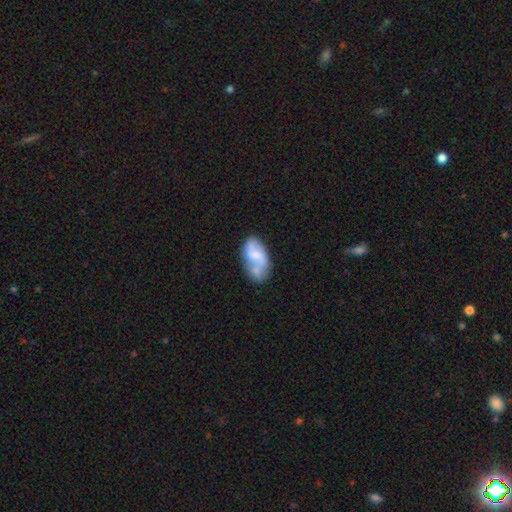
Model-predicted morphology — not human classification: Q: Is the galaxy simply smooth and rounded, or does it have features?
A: featured or disk — 53%.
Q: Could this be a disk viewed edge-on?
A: no — 96%.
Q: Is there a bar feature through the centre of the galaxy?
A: no — 51%.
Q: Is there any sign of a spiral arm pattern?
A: yes — 73%.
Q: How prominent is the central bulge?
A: small — 41%.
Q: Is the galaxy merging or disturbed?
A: none — 43%.